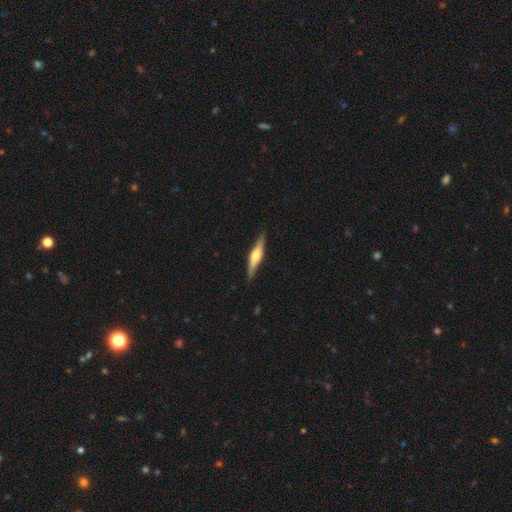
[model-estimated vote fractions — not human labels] The model was most divided on "smooth or featured": featured or disk: 67%, smooth: 28%, star or artifact: 5%. More confident: edge-on disk — yes (97%); merging — none (88%); edge-on bulge — rounded (86%).